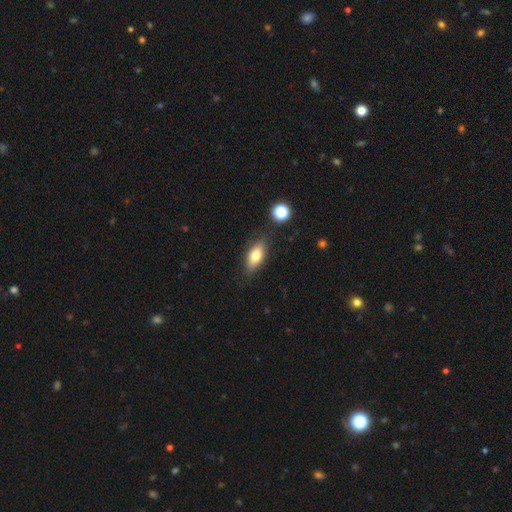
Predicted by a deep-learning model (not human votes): A smooth galaxy with no disk features (75%) that is in between round and cigar-shaped (81%). Merging: none (83%).